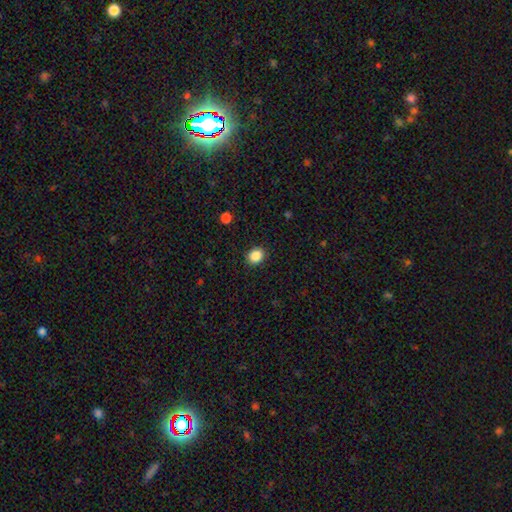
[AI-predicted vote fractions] The model was most divided on "how rounded": round: 59%, in between: 41%, cigar-shaped: 1%. More confident: merging — none (90%); smooth or featured — smooth (87%).